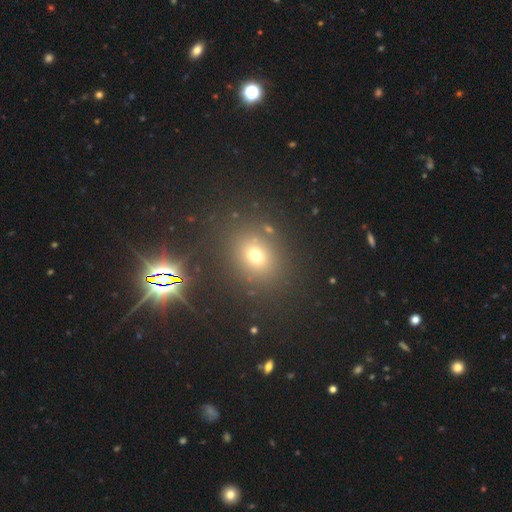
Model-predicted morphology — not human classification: This is likely a smooth galaxy (65%). How rounded: likely round (67%). Merging: clearly none (83%).